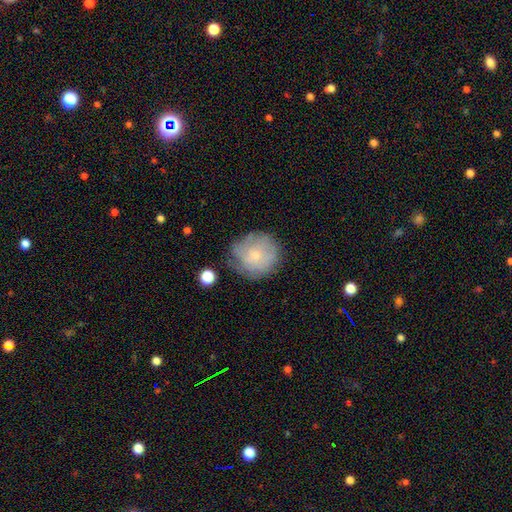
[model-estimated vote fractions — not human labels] smooth_or_featured: smooth (p=0.55) [alt: featured or disk p=0.35]
how_rounded: round (p=0.89) [alt: in between p=0.11]
merging: none (p=0.63) [alt: minor disturbance p=0.25]